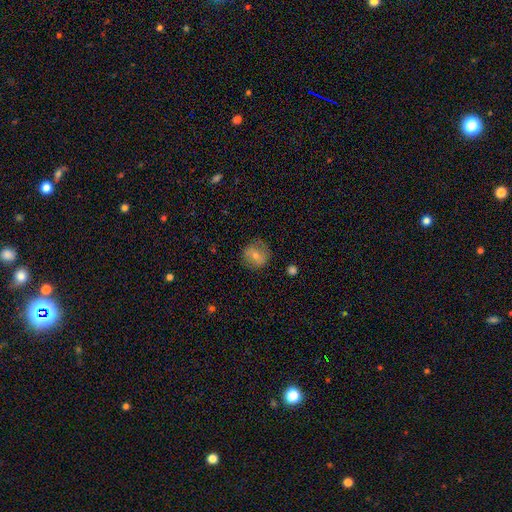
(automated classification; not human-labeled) smooth_or_featured: smooth (p=0.45) [alt: featured or disk p=0.42]
merging: none (p=0.79) [alt: minor disturbance p=0.15]